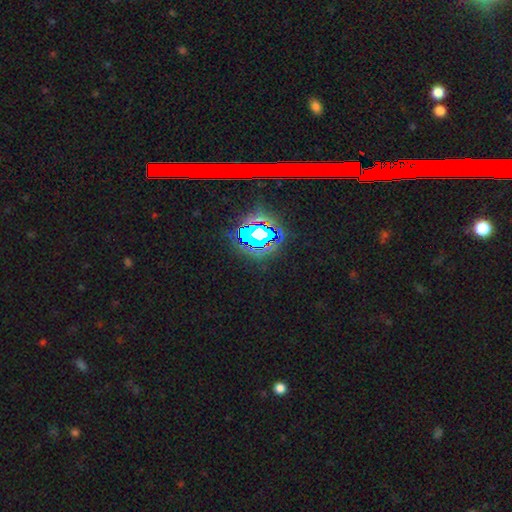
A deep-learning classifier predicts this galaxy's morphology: Q: Smooth or featured?
A: star or artifact (83%); runner-up: smooth (9%)